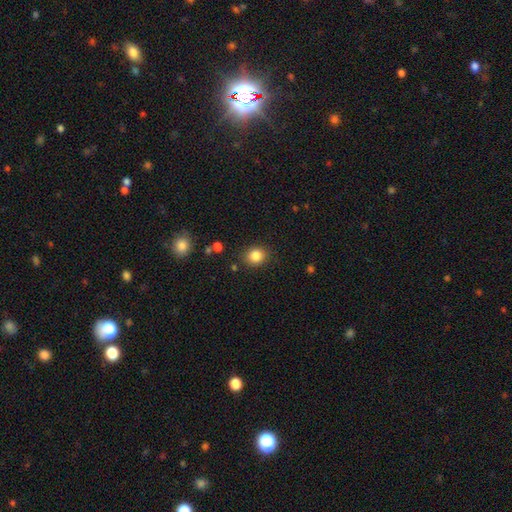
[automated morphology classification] Smooth or featured?
  - smooth: 84% *
  - star or artifact: 10%
  - featured or disk: 5%
How rounded?
  - round: 70% *
  - in between: 29%
  - cigar-shaped: 1%
Merging?
  - none: 85% *
  - minor disturbance: 10%
  - major disturbance: 3%
  - merger: 2%